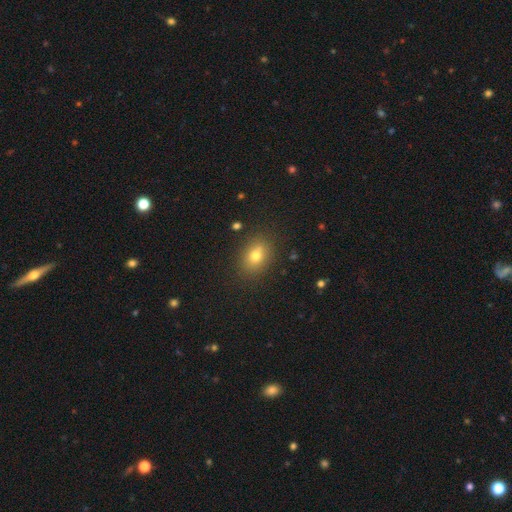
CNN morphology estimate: Smooth or featured: smooth — 73% (star or artifact — 14%)
How rounded: in between — 63% (round — 35%)
Merging: none — 82% (minor disturbance — 11%)